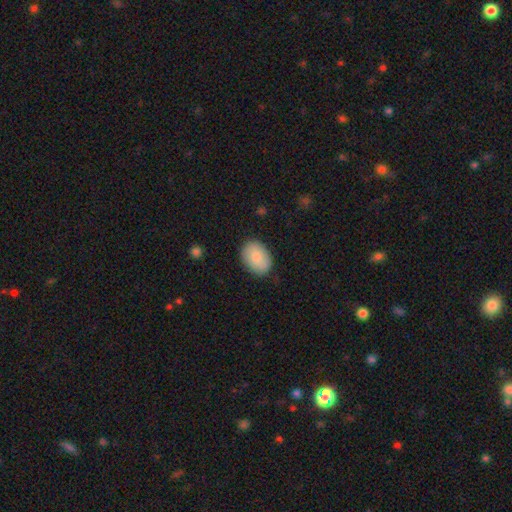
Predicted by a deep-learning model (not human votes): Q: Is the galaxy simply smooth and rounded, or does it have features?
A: smooth — 81%.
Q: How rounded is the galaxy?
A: in between — 79%.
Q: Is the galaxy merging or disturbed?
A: none — 85%.